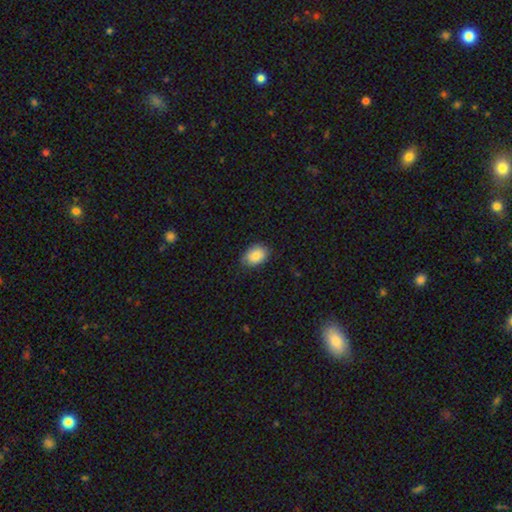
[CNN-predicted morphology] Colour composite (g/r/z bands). It shows a smooth galaxy with no disk features (86%) that is in between round and cigar-shaped (80%). Merging: none (79%).